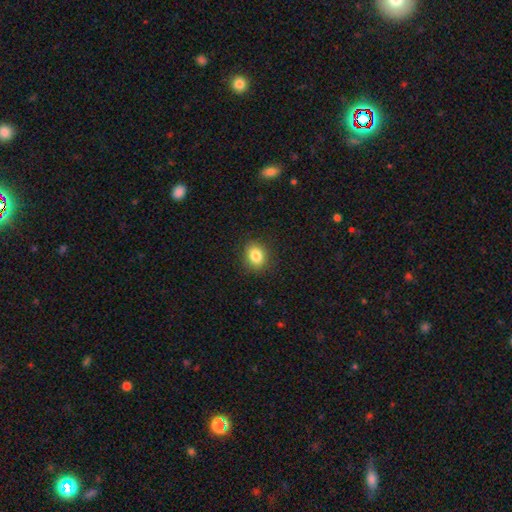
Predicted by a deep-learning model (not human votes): Smooth or featured: smooth — 84% (star or artifact — 10%)
How rounded: round — 52% (in between — 47%)
Merging: none — 88% (minor disturbance — 9%)